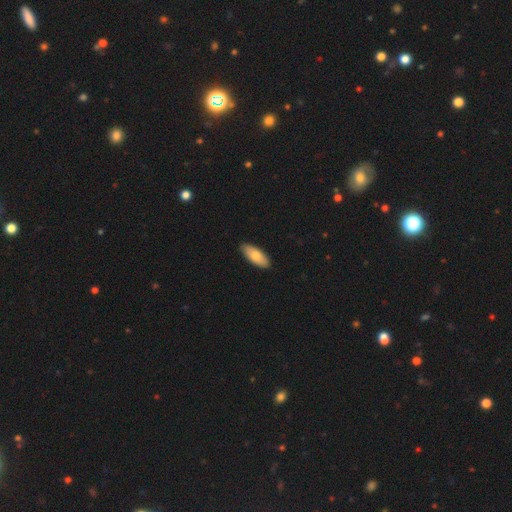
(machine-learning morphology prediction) A smooth galaxy with no disk features (78%) that is in between round and cigar-shaped (82%).

Vote fractions:
- Smooth or featured? smooth: 78% / featured or disk: 17% / star or artifact: 5%
- How rounded? in between: 82% / cigar-shaped: 16% / round: 2%
- Merging? none: 88% / minor disturbance: 9% / major disturbance: 1% / merger: 1%